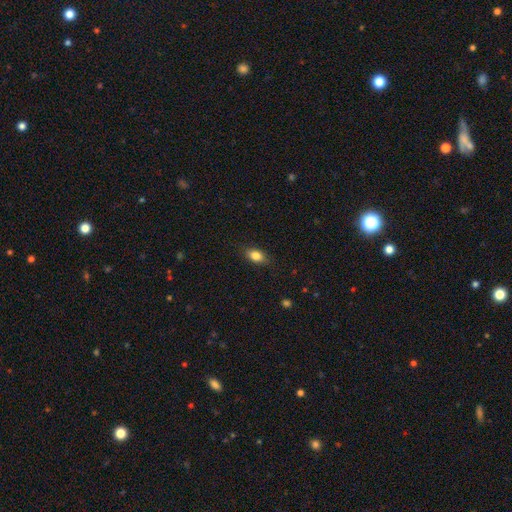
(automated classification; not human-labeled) smooth_or_featured: smooth (p=0.82) [alt: featured or disk p=0.10]
how_rounded: in between (p=0.81) [alt: round p=0.15]
merging: none (p=0.83) [alt: minor disturbance p=0.13]